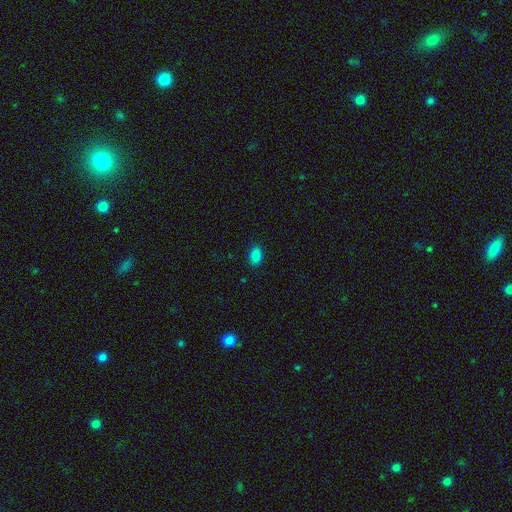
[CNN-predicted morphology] This is clearly a smooth galaxy (86%). How rounded: clearly in between (85%). Merging: clearly none (88%).